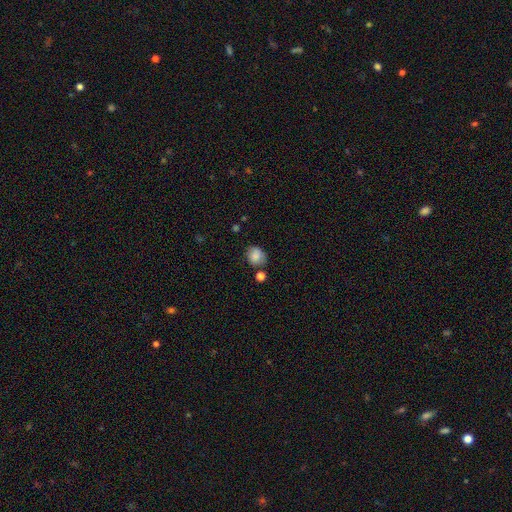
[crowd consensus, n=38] Smooth or featured?
  - smooth: 92% *
  - featured or disk: 5%
  - star or artifact: 3%
How rounded?
  - in between: 51% *
  - round: 49%
  - cigar-shaped: 0%
Merging?
  - none: 78% *
  - minor disturbance: 11%
  - merger: 11%
  - major disturbance: 0%